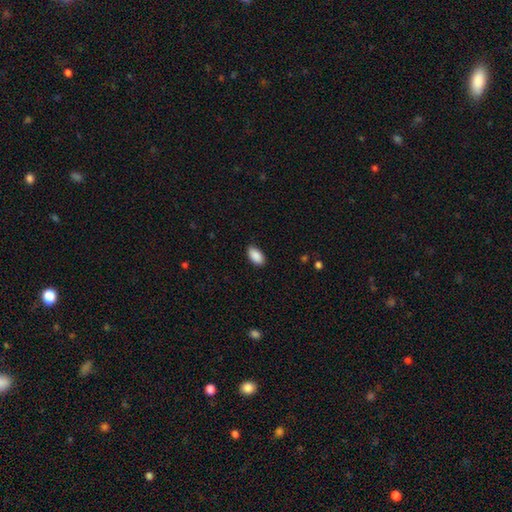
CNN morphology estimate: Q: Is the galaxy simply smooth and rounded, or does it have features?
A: smooth — 90%.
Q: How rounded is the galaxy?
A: in between — 94%.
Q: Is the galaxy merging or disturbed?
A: none — 86%.